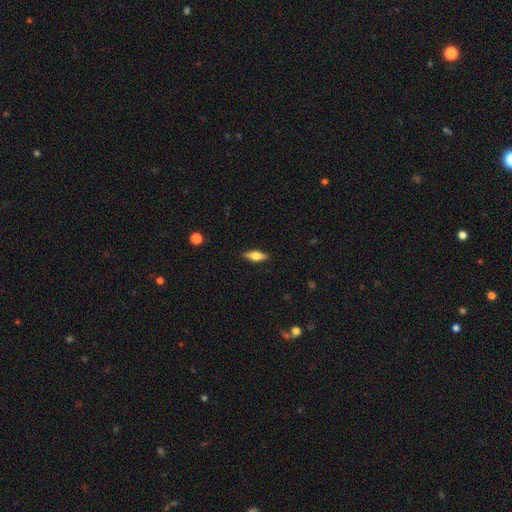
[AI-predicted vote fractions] A smooth galaxy with no disk features (49%). Merging: none (88%).